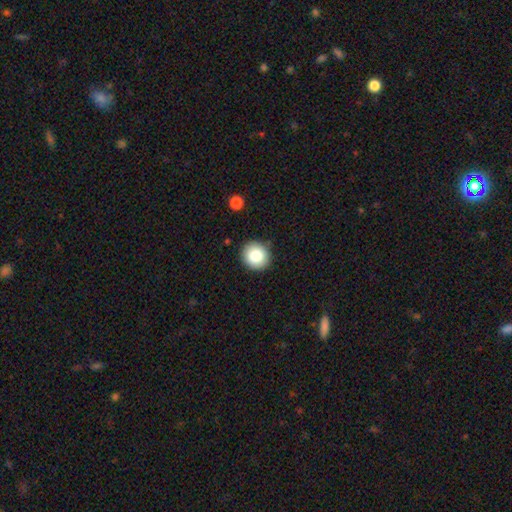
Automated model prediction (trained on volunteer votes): Overall: smooth (83%). How rounded: round (88%). Merging: none (89%).